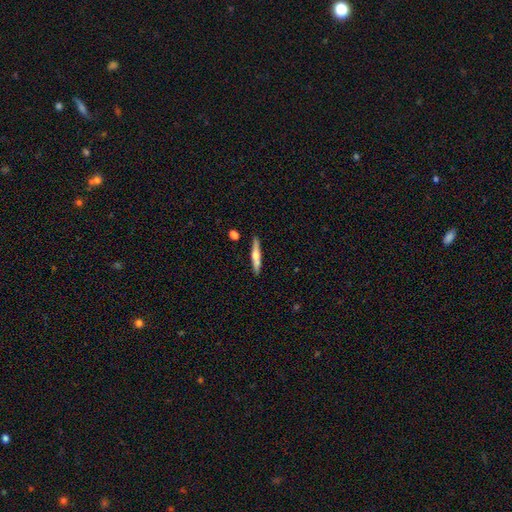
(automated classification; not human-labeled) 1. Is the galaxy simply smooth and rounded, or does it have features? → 53% featured or disk, 41% smooth, 6% star or artifact.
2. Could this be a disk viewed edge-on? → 96% yes, 4% no.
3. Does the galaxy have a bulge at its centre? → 87% rounded, 7% none, 5% boxy.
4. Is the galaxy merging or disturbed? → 85% none, 9% minor disturbance, 4% merger, 2% major disturbance.